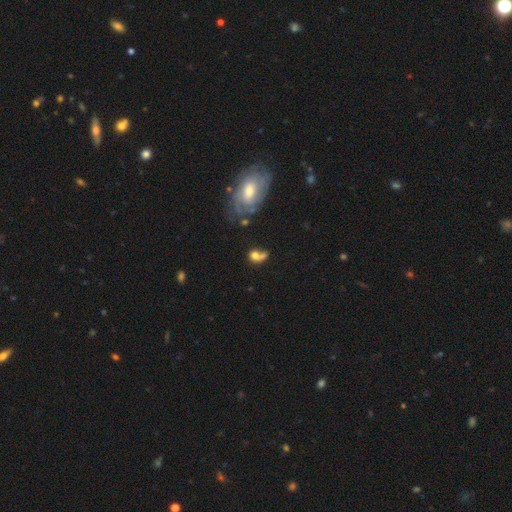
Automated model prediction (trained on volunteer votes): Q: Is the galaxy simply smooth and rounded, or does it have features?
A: smooth — 63%.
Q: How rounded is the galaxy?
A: in between — 49%, tied with round.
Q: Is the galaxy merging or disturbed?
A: merger — 42%.